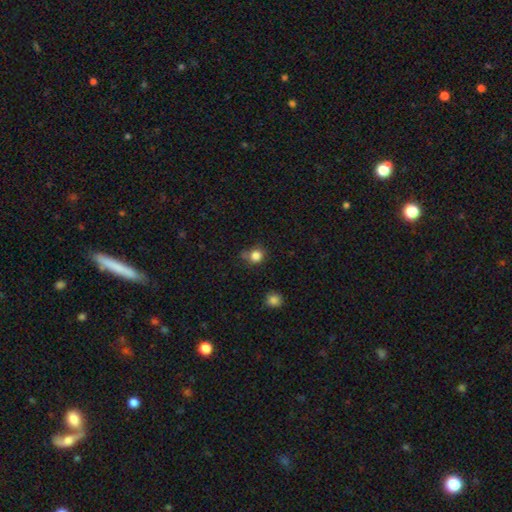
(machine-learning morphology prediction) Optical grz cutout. It shows a smooth galaxy with no disk features (83%) that is round (84%). Merging: none (71%).